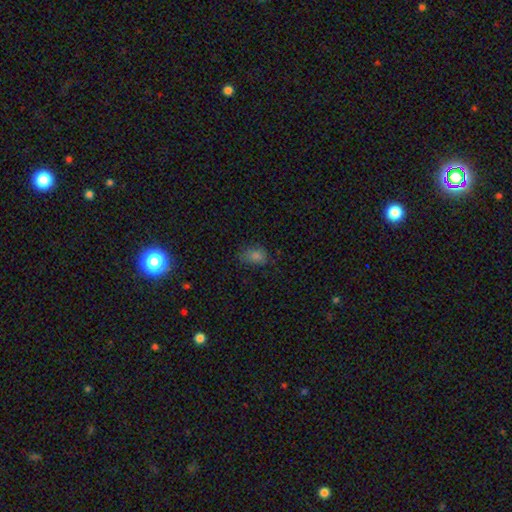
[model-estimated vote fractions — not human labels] Smooth or featured: smooth — 72% (star or artifact — 20%)
How rounded: in between — 76% (round — 22%)
Merging: none — 66% (minor disturbance — 25%)